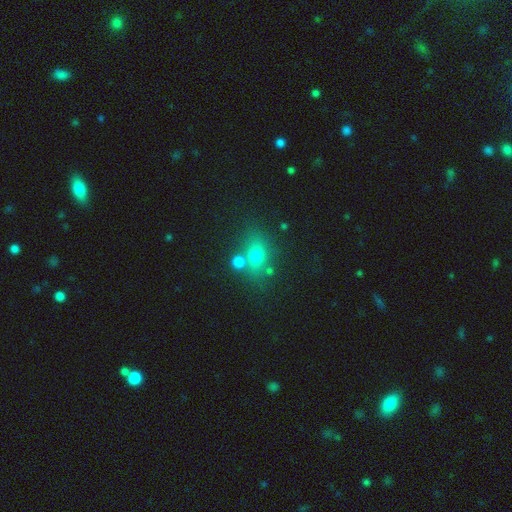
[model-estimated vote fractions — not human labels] A smooth galaxy with no disk features (69%) that is in between round and cigar-shaped (53%).

Vote fractions:
- Smooth or featured? smooth: 69% / star or artifact: 17% / featured or disk: 14%
- How rounded? in between: 53% / round: 44% / cigar-shaped: 3%
- Merging? none: 62% / merger: 20% / minor disturbance: 12% / major disturbance: 5%